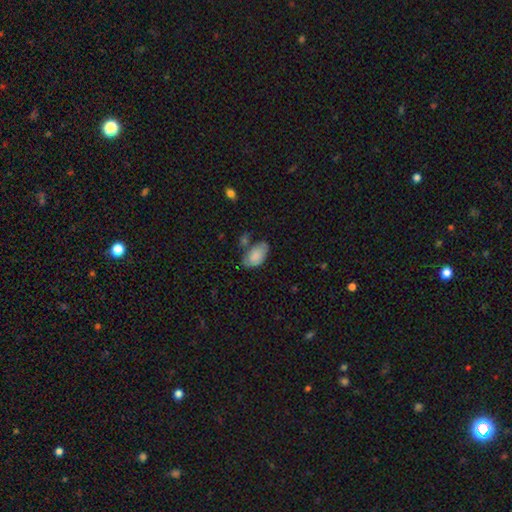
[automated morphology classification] The model was most divided on "merging": none: 53%, minor disturbance: 28%, merger: 11%, major disturbance: 8%. More confident: how rounded — in between (94%); smooth or featured — smooth (80%).